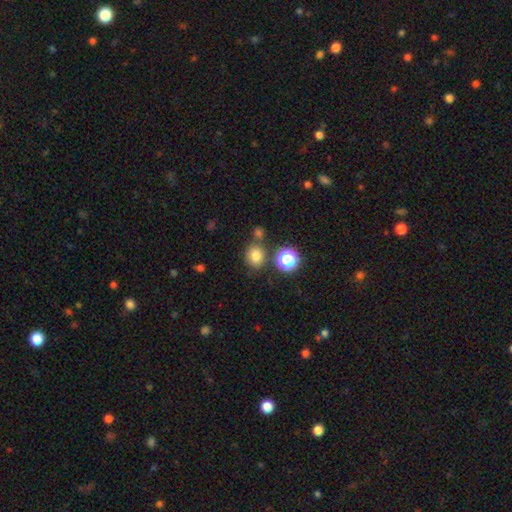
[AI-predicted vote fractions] The model was most divided on "how rounded": round: 74%, in between: 25%, cigar-shaped: 1%. More confident: smooth or featured — smooth (77%); merging — none (73%).